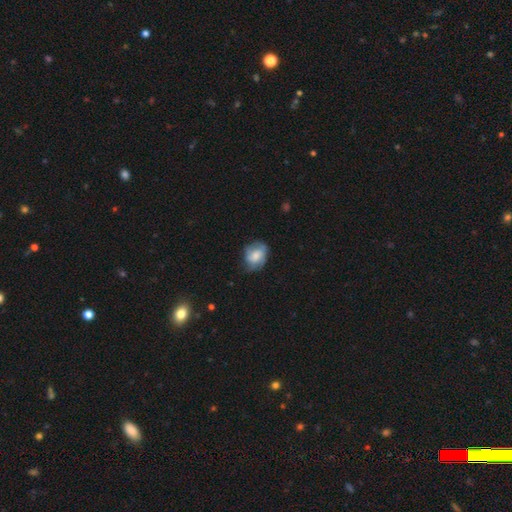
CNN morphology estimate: smooth-or-featured: smooth: 53% | featured or disk: 39% | star or artifact: 8%
  how-rounded: in between: 55% | round: 43% | cigar-shaped: 1%
  merging: none: 60% | minor disturbance: 28% | major disturbance: 11% | merger: 1%